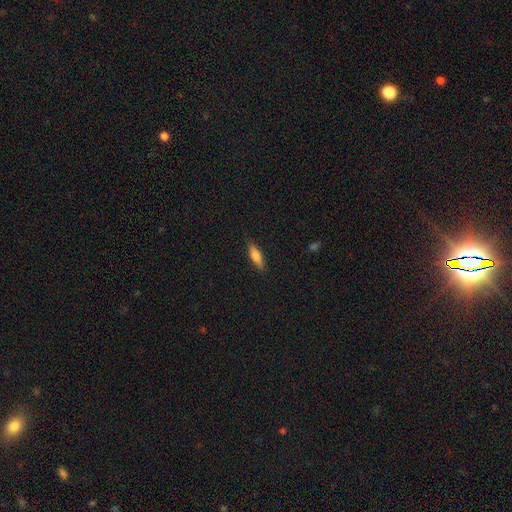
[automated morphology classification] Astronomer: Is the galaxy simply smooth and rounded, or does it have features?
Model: smooth — 71%.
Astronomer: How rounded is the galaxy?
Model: cigar-shaped — 52% (runner-up: in between, 46%).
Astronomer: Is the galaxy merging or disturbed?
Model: none — 85%.